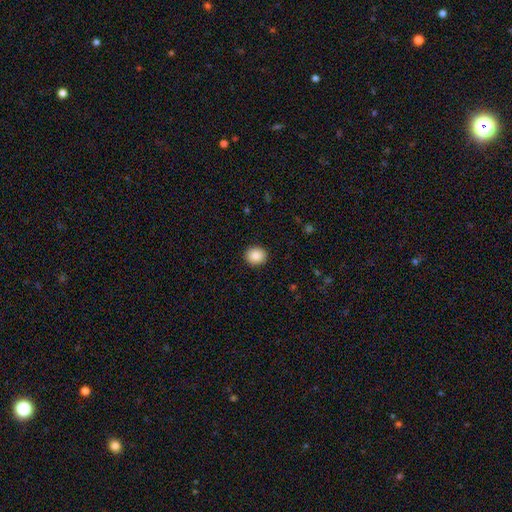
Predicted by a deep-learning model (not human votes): This appears to be a smooth galaxy with no disk features (88%) that is round (83%). Merging: none (92%).